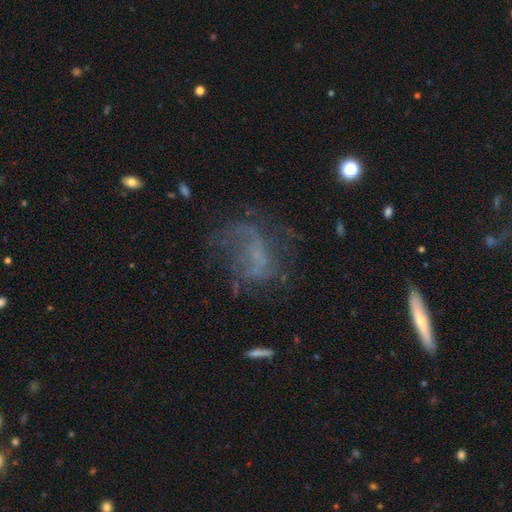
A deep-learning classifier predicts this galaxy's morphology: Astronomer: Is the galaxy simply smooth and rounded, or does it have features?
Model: featured or disk — 56%.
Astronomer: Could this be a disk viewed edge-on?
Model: no — 96%.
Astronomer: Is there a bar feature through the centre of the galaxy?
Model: no — 67%.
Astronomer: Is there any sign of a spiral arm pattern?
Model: yes — 52% (runner-up: no, 48%).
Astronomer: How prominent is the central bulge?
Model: none — 62%.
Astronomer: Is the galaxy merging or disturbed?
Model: none — 44% (runner-up: major disturbance, 33%).